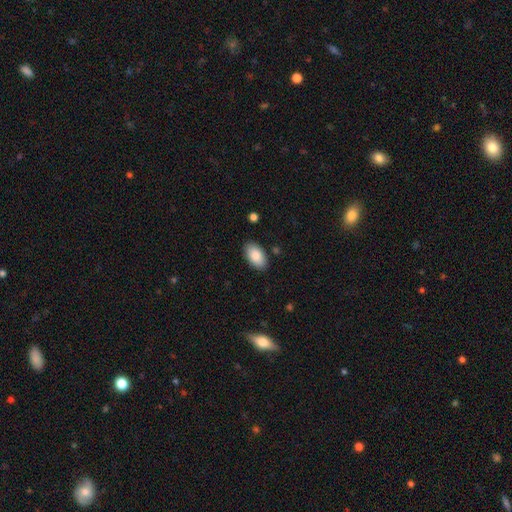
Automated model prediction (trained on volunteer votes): Morphology: type=smooth (87%); roundness=in between (95%); merging=none (87%).